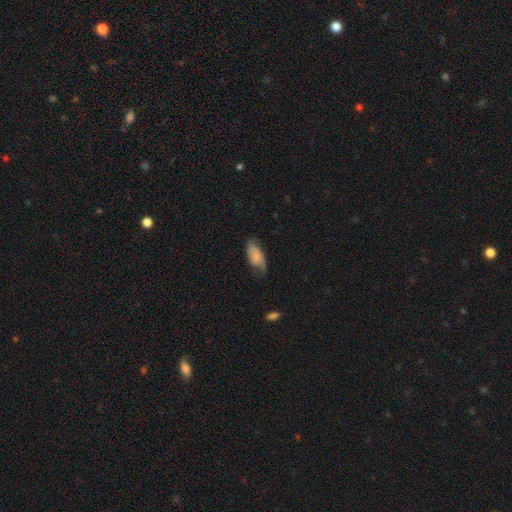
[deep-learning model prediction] smooth_or_featured: smooth (p=0.67) [alt: featured or disk p=0.25]
how_rounded: in between (p=0.89) [alt: cigar-shaped p=0.08]
merging: none (p=0.47) [alt: minor disturbance p=0.36]